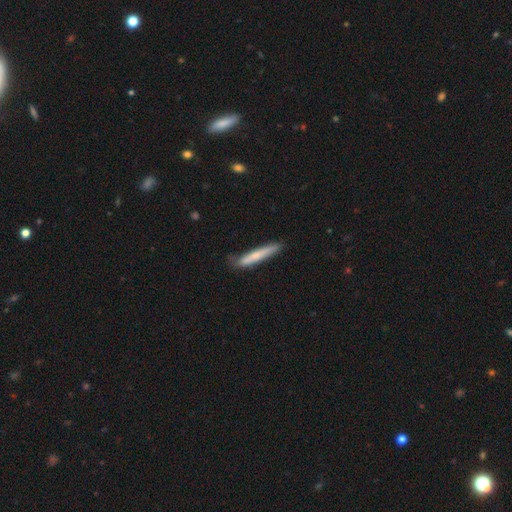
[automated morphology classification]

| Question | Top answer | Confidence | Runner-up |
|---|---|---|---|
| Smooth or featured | smooth | 64% | featured or disk (30%) |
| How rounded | cigar-shaped | 95% | in between (4%) |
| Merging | none | 72% | minor disturbance (22%) |